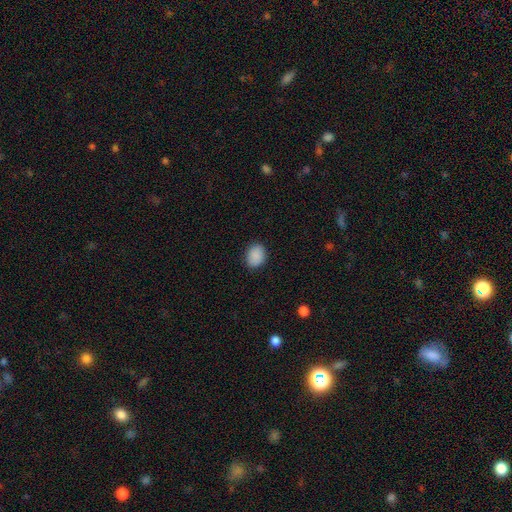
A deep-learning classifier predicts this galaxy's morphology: A smooth galaxy with no disk features (89%) that is in between round and cigar-shaped (59%). Merging: none (86%).